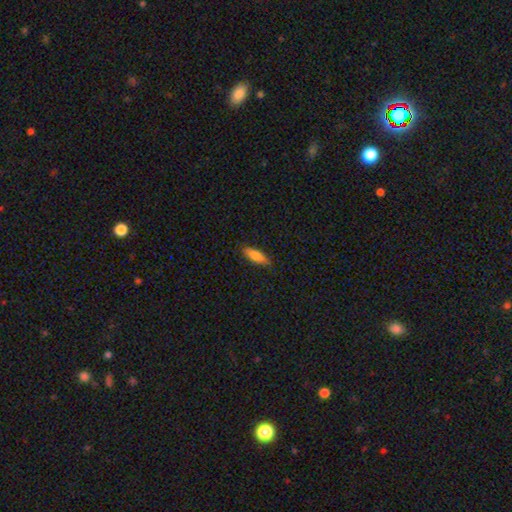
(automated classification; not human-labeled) This appears to be a smooth galaxy with no disk features (78%) that is in between round and cigar-shaped (59%). Merging: none (82%).